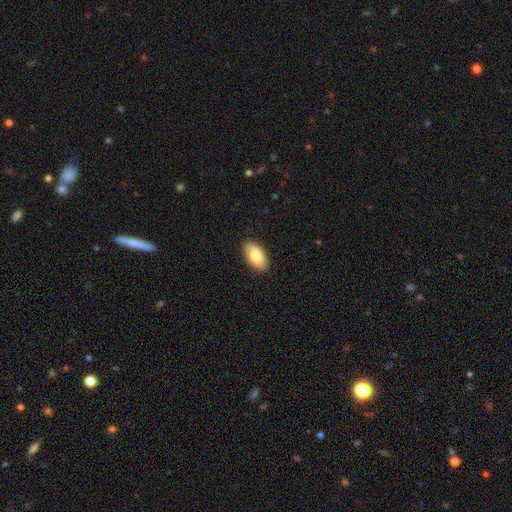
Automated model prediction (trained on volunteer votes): Smooth or featured? Predicted: smooth (p=0.86). How rounded? Predicted: in between (p=0.94). Merging? Predicted: none (p=0.88).